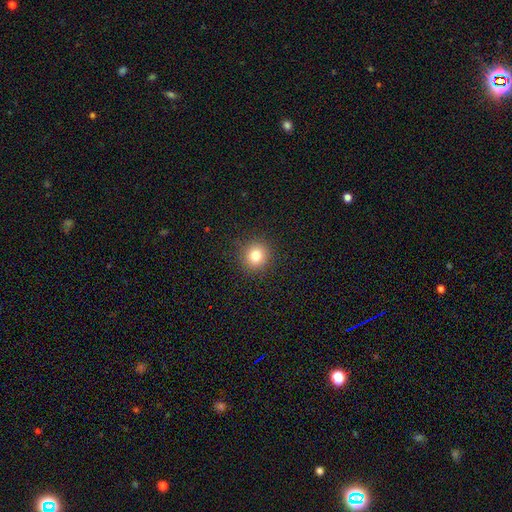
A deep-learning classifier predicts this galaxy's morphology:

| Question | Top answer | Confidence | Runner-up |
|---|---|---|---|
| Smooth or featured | smooth | 81% | star or artifact (12%) |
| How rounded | round | 90% | in between (9%) |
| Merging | none | 90% | minor disturbance (6%) |